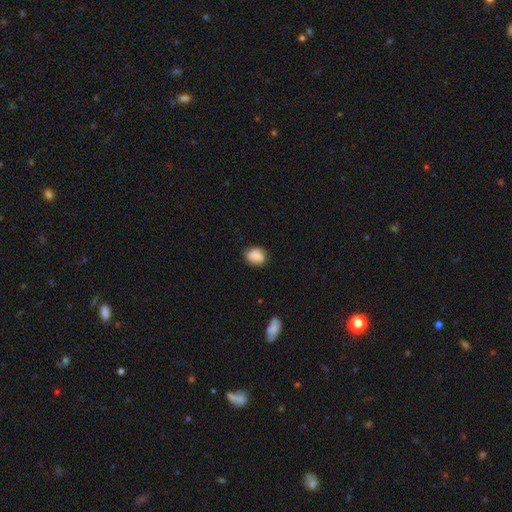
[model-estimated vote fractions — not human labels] Morphology: type=smooth (84%); roundness=round (57%); merging=none (73%).